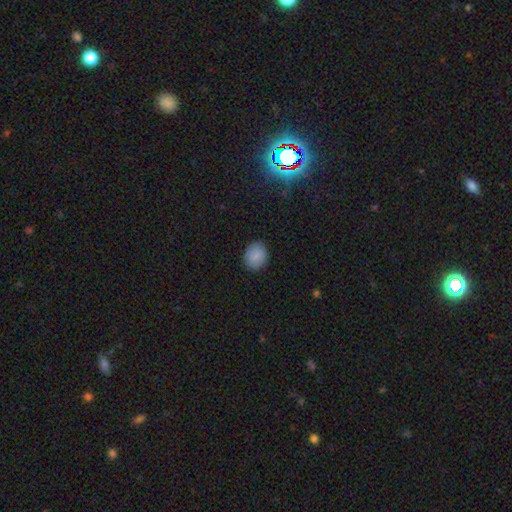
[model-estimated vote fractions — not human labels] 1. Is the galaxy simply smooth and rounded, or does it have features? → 88% smooth, 8% star or artifact, 5% featured or disk.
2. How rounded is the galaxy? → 60% round, 39% in between, 1% cigar-shaped.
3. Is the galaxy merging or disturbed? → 87% none, 10% minor disturbance, 2% major disturbance, 1% merger.